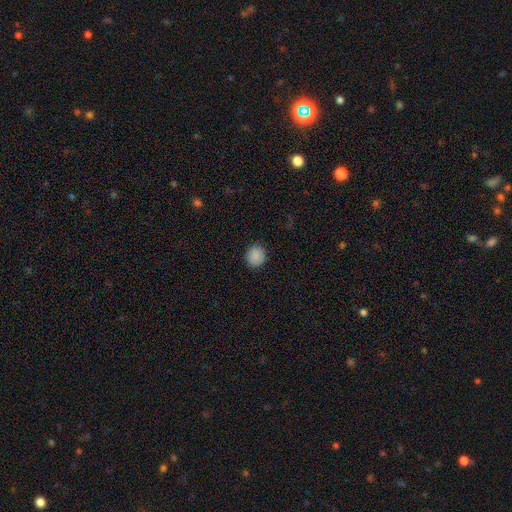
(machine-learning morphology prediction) smooth 89%, star or artifact 9%, featured or disk 3%. Down the decision tree: how rounded — round (87%); merging — none (90%).